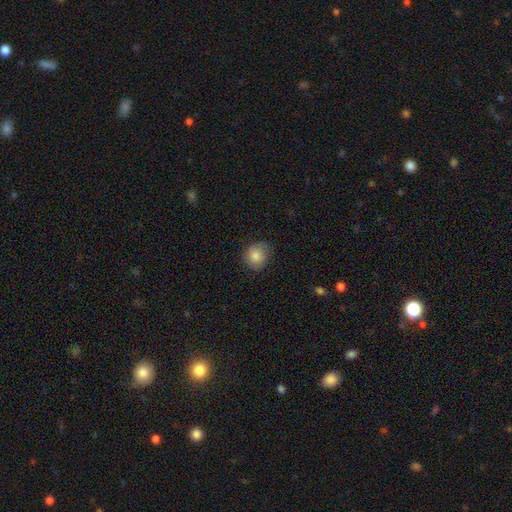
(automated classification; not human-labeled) This is clearly a smooth galaxy (83%). How rounded: likely round (75%). Merging: likely none (69%).